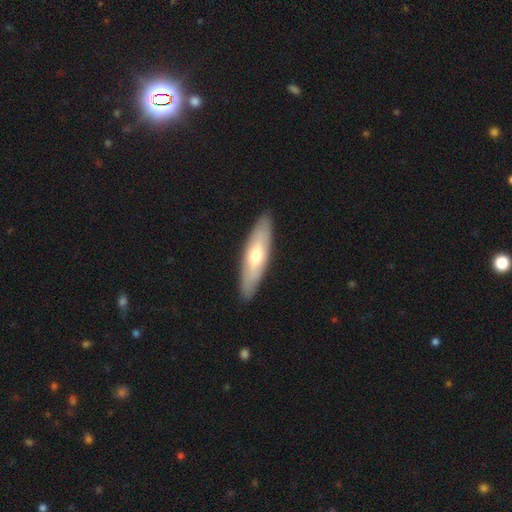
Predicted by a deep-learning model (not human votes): The model was most divided on "smooth or featured": smooth: 54%, featured or disk: 42%, star or artifact: 5%. More confident: merging — none (89%); how rounded — cigar-shaped (56%).